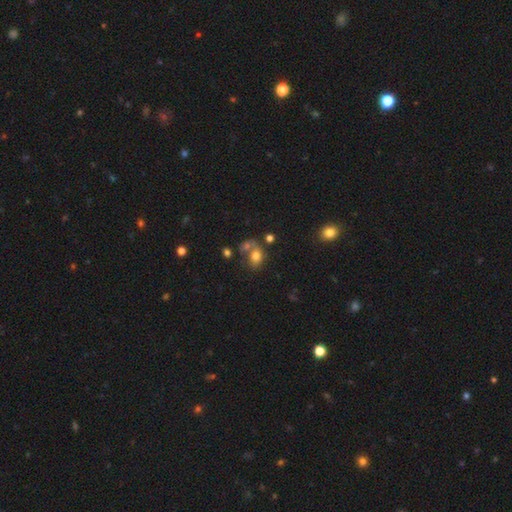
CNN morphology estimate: Smooth or featured? Predicted: smooth (p=0.73). How rounded? Predicted: in between (p=0.65). Merging? Predicted: none (p=0.39).